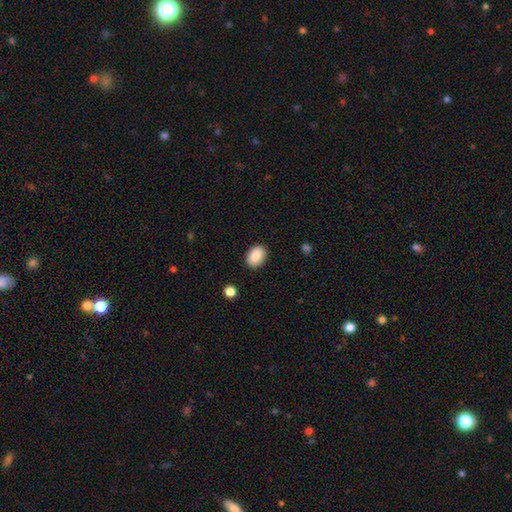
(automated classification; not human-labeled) Smooth or featured? Predicted: smooth (p=0.88). How rounded? Predicted: in between (p=0.80). Merging? Predicted: none (p=0.88).